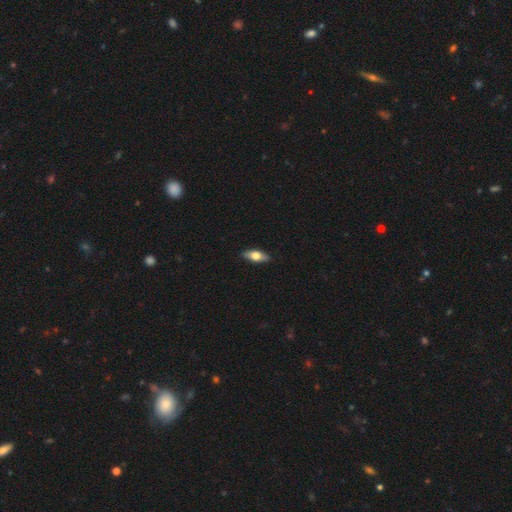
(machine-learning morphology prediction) A smooth galaxy with no disk features (60%) that is in between round and cigar-shaped (74%).

Vote fractions:
- Smooth or featured? smooth: 60% / featured or disk: 34% / star or artifact: 6%
- How rounded? in between: 74% / cigar-shaped: 23% / round: 3%
- Merging? none: 89% / minor disturbance: 8% / major disturbance: 2% / merger: 1%